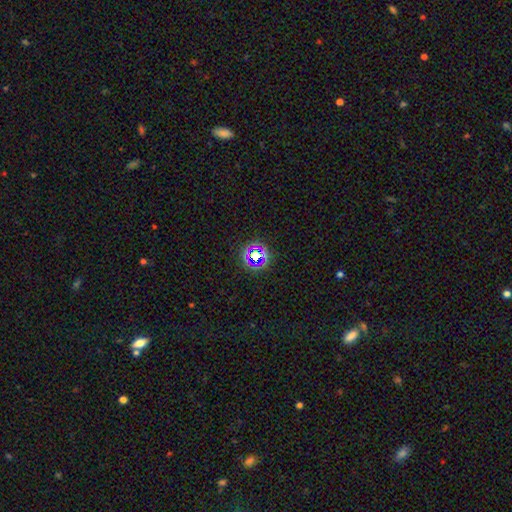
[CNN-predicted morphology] Smooth or featured?
  - star or artifact: 62% *
  - smooth: 25%
  - featured or disk: 13%